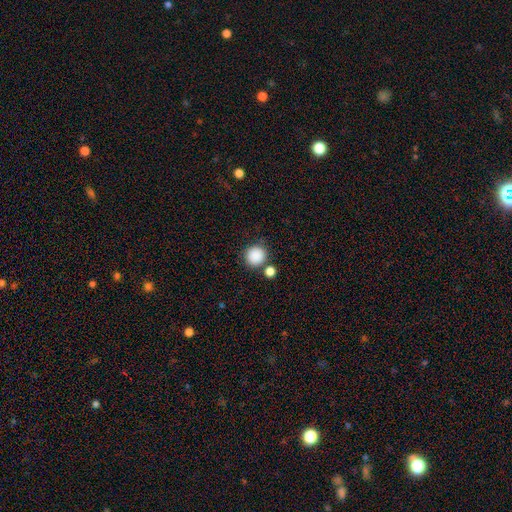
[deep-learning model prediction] Overall: smooth (87%). How rounded: round (91%). Merging: none (78%).